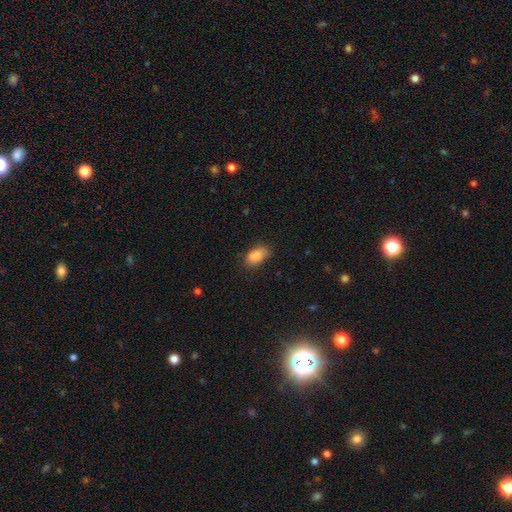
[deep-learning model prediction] A smooth galaxy with no disk features (86%) that is in between round and cigar-shaped (91%).

Vote fractions:
- Smooth or featured? smooth: 86% / star or artifact: 8% / featured or disk: 6%
- How rounded? in between: 91% / round: 6% / cigar-shaped: 3%
- Merging? none: 70% / minor disturbance: 23% / major disturbance: 5% / merger: 2%